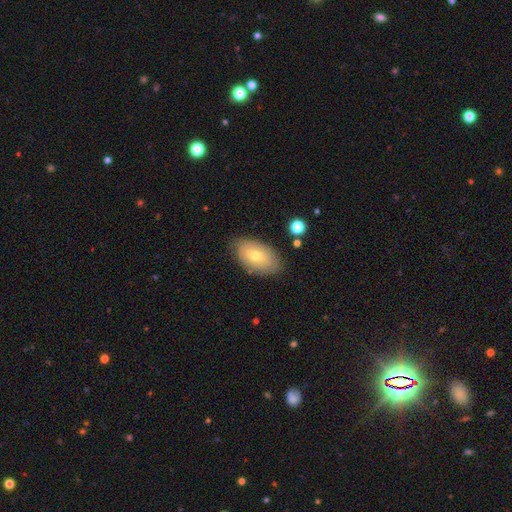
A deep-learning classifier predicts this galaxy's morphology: The model was most divided on "smooth or featured": smooth: 62%, featured or disk: 30%, star or artifact: 8%. More confident: how rounded — in between (93%); merging — none (80%).